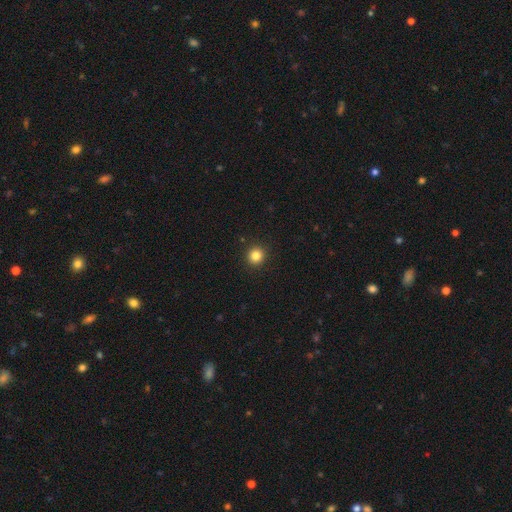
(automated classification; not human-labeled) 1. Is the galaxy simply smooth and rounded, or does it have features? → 83% smooth, 12% star or artifact, 5% featured or disk.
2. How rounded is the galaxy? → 94% round, 5% in between, 1% cigar-shaped.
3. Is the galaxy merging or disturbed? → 93% none, 4% minor disturbance, 2% major disturbance, 1% merger.